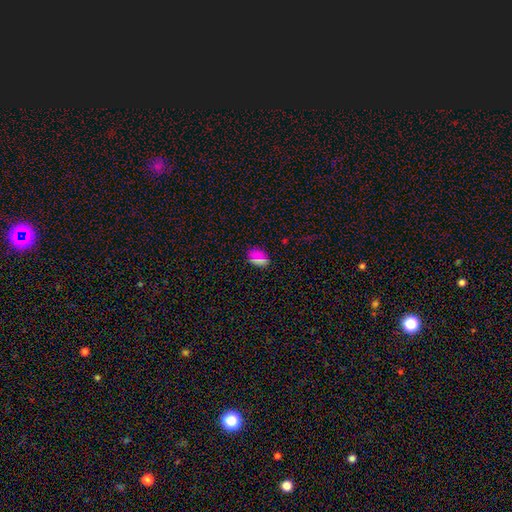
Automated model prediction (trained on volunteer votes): smooth 71%, star or artifact 23%, featured or disk 6%. Down the decision tree: how rounded — in between (77%); merging — none (85%).